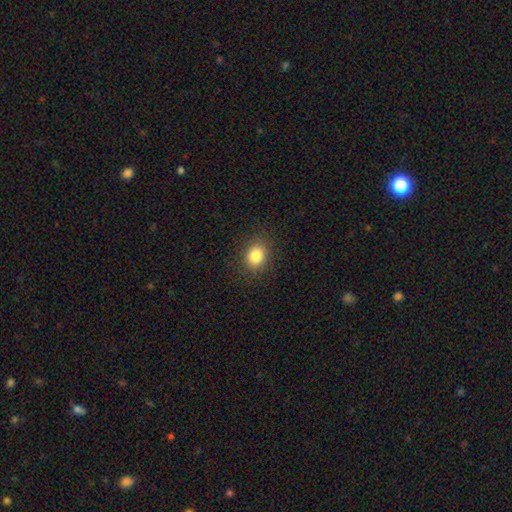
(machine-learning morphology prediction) A smooth galaxy with no disk features (83%) that is round (58%).

Vote fractions:
- Smooth or featured? smooth: 83% / star or artifact: 11% / featured or disk: 6%
- How rounded? round: 58% / in between: 41% / cigar-shaped: 1%
- Merging? none: 88% / minor disturbance: 9% / major disturbance: 3% / merger: 1%